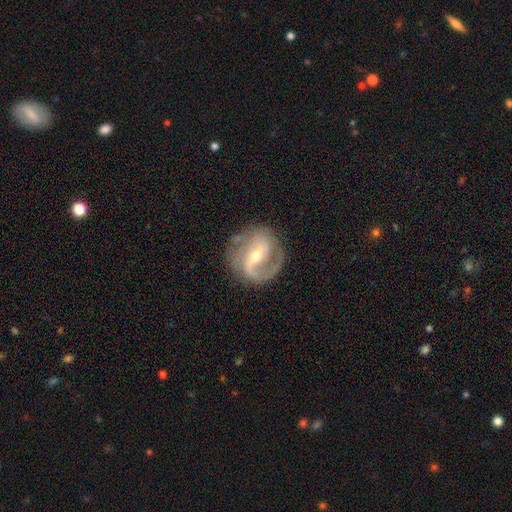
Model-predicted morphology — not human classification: Smooth or featured? Predicted: featured or disk (p=0.87). Edge-on disk? Predicted: no (p=0.97). Bar? Predicted: weak (p=0.41). Spiral arms? Predicted: yes (p=0.95). Spiral winding? Predicted: medium (p=0.49). Spiral arm count? Predicted: 2 (p=0.72). Bulge size? Predicted: small (p=0.55). Merging? Predicted: none (p=0.75).